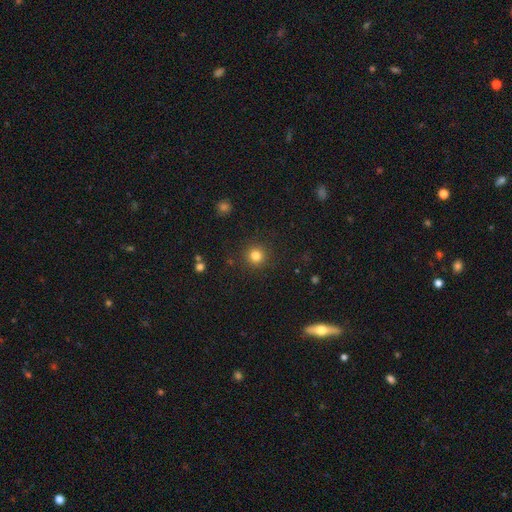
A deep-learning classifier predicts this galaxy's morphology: A smooth galaxy with no disk features (82%) that is round (95%).

Vote fractions:
- Smooth or featured? smooth: 82% / star or artifact: 13% / featured or disk: 5%
- How rounded? round: 95% / in between: 4% / cigar-shaped: 1%
- Merging? none: 91% / minor disturbance: 6% / major disturbance: 2% / merger: 1%